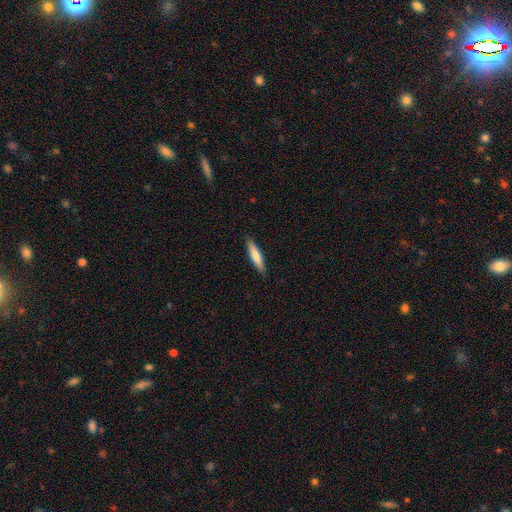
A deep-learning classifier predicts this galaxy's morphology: Overall: smooth (71%). How rounded: cigar-shaped (84%). Merging: none (90%).